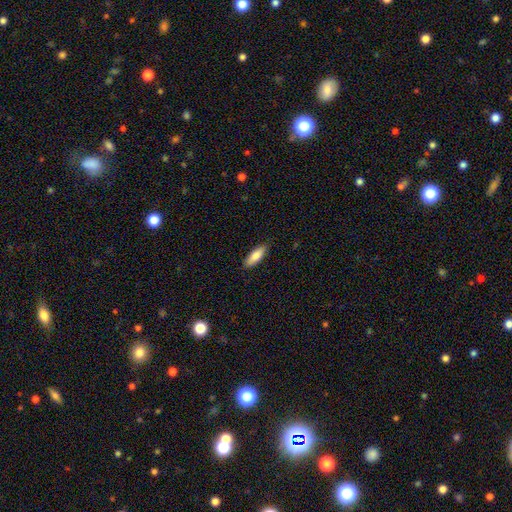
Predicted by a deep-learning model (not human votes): Q: Smooth or featured?
A: smooth (82%); runner-up: featured or disk (12%)
Q: How rounded?
A: in between (57%); runner-up: cigar-shaped (41%)
Q: Merging?
A: none (88%); runner-up: minor disturbance (9%)